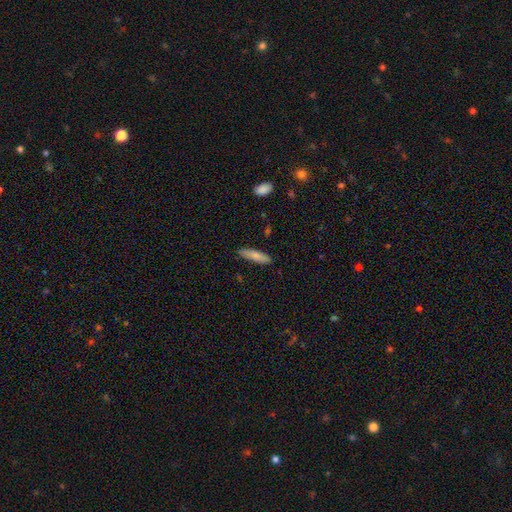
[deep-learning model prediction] smooth_or_featured: smooth (p=0.79) [alt: featured or disk p=0.15]
how_rounded: cigar-shaped (p=0.70) [alt: in between p=0.28]
merging: none (p=0.85) [alt: minor disturbance p=0.12]